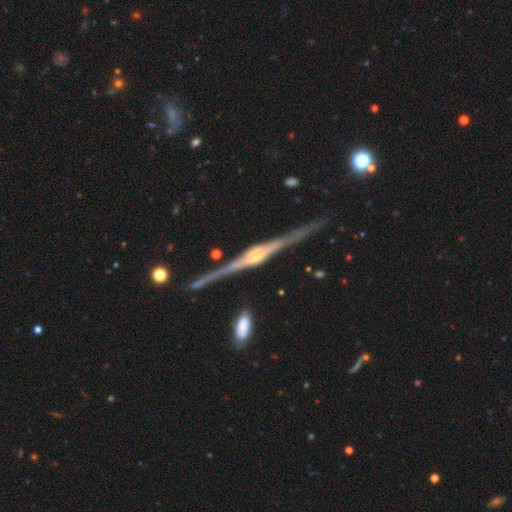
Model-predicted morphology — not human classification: The model was most divided on "edge-on bulge": rounded: 71%, boxy: 24%, none: 5%. More confident: edge-on disk — yes (98%); smooth or featured — featured or disk (90%); merging — none (84%).